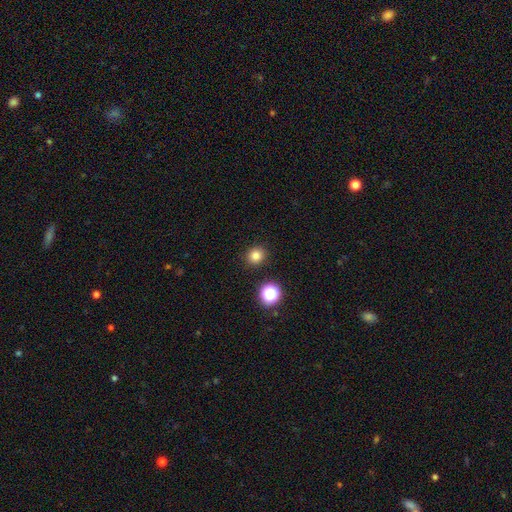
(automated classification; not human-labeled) Smooth or featured? Predicted: smooth (p=0.80). How rounded? Predicted: round (p=0.85). Merging? Predicted: none (p=0.90).